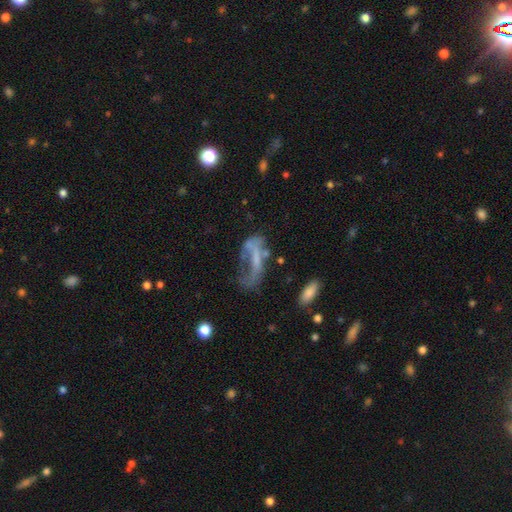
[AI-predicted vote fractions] This is possibly a featured or disk galaxy (55%). It is clearly not viewed edge-on (91%). Bar: possibly no (57%). Spiral arm pattern: likely no (65%). Central bulge: possibly none (60%). Merging: possibly major disturbance (47%).